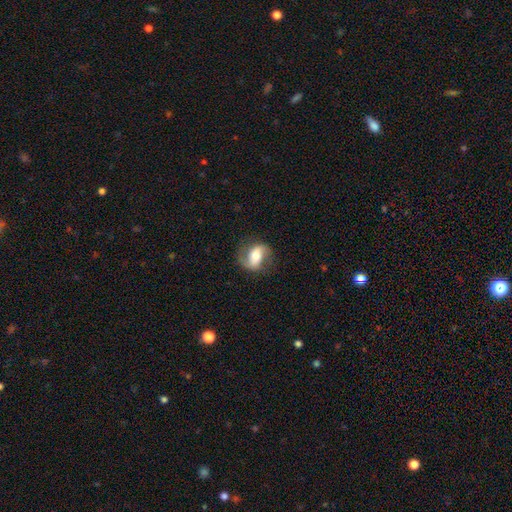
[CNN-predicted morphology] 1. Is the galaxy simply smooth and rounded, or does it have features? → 68% featured or disk, 26% smooth, 7% star or artifact.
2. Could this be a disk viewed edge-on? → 95% no, 5% yes.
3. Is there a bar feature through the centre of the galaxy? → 35% strong, 33% weak, 32% no.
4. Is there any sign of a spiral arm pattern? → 87% yes, 13% no.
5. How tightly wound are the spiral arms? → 42% loose, 41% medium, 18% tight.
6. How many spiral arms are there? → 88% 2, 5% can't tell, 4% 1, 1% 3, 1% 4, 1% more than 4.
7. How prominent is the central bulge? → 63% moderate, 17% small, 16% large, 2% dominant, 2% none.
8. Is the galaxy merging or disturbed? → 76% none, 15% minor disturbance, 7% major disturbance, 1% merger.